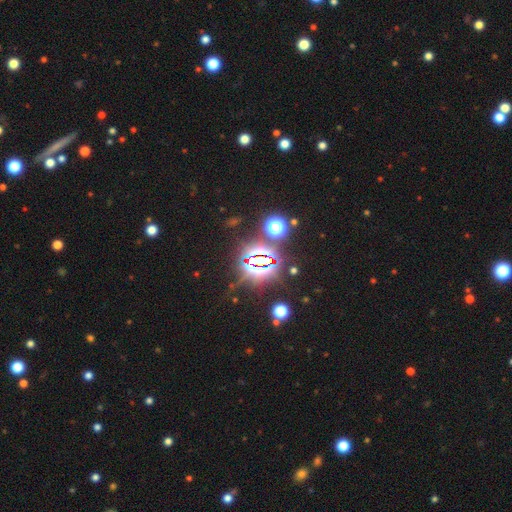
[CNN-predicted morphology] smooth-or-featured: star or artifact: 78% | smooth: 13% | featured or disk: 9%